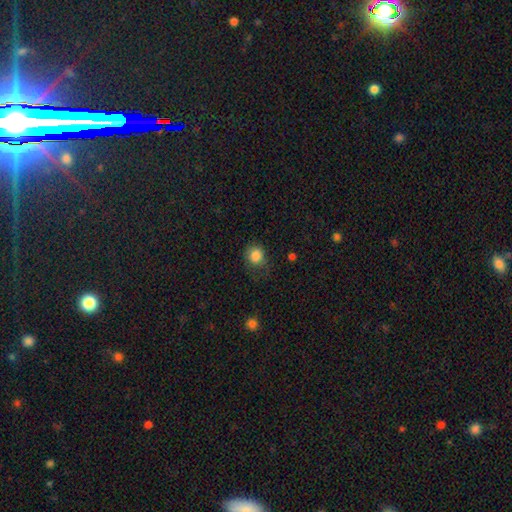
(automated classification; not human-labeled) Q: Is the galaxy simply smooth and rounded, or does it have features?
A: smooth — 85%.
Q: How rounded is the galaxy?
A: round — 82%.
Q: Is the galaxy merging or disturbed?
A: none — 69%.